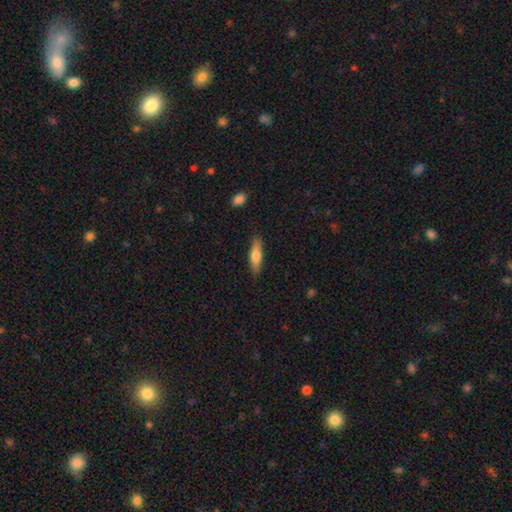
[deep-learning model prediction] Smooth or featured: smooth — 67% (featured or disk — 27%)
How rounded: cigar-shaped — 67% (in between — 31%)
Merging: none — 86% (minor disturbance — 10%)